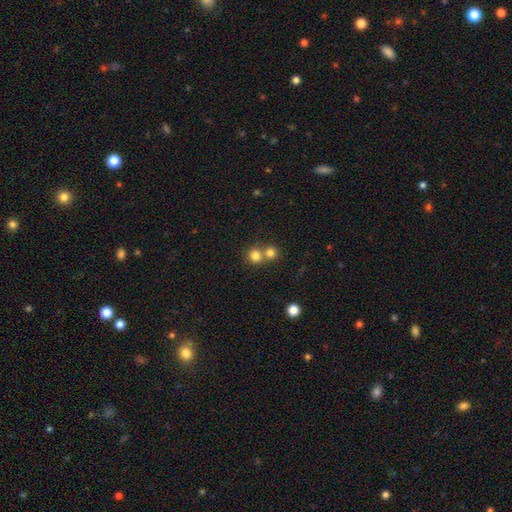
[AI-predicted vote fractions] This is likely a smooth galaxy (80%). How rounded: clearly round (89%). Merging: possibly none (49%).